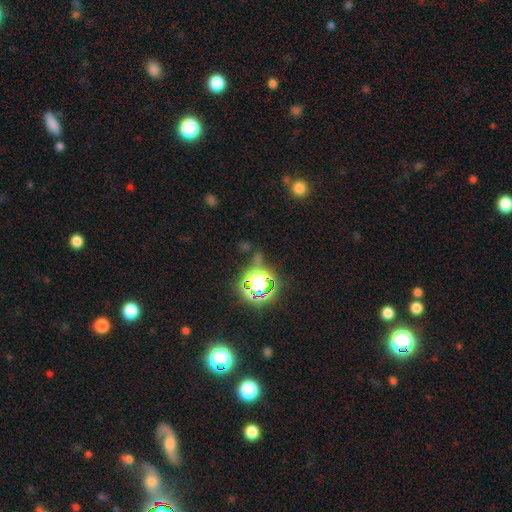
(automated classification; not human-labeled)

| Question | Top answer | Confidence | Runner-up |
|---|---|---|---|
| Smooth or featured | star or artifact | 74% | smooth (18%) |